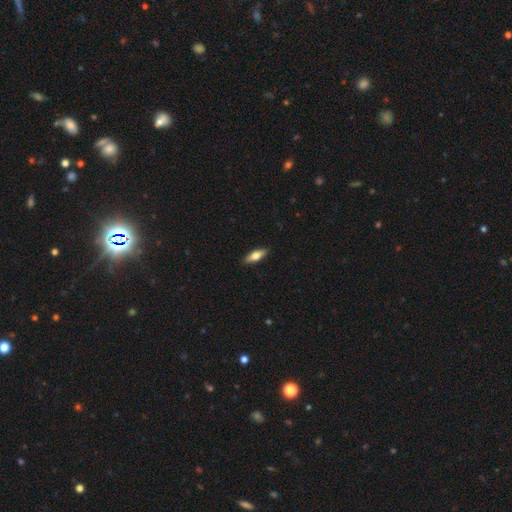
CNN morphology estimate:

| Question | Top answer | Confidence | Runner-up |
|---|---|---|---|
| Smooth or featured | smooth | 65% | featured or disk (29%) |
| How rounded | in between | 63% | cigar-shaped (34%) |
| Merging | none | 90% | minor disturbance (8%) |